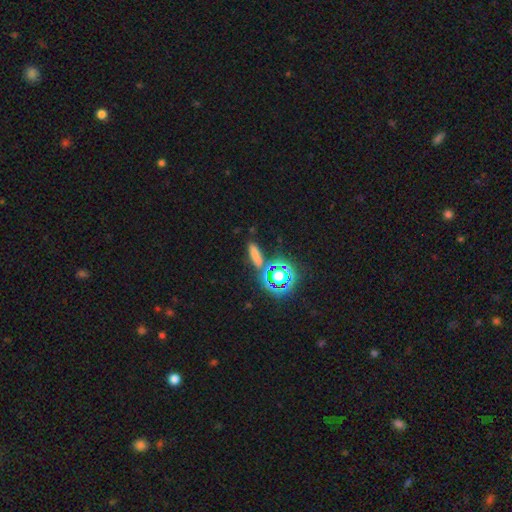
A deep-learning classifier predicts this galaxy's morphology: Smooth or featured?
  - smooth: 62% *
  - star or artifact: 28%
  - featured or disk: 10%
How rounded?
  - cigar-shaped: 56% *
  - in between: 31%
  - round: 13%
Merging?
  - none: 77% *
  - minor disturbance: 10%
  - merger: 9%
  - major disturbance: 4%